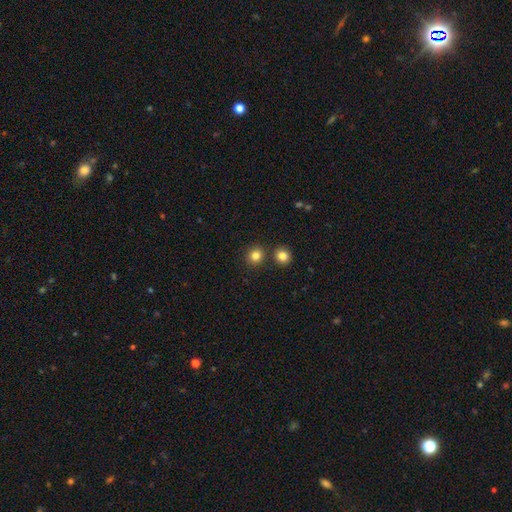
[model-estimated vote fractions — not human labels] Q: Smooth or featured?
A: smooth (83%); runner-up: star or artifact (12%)
Q: How rounded?
A: round (86%); runner-up: in between (13%)
Q: Merging?
A: none (81%); runner-up: merger (10%)